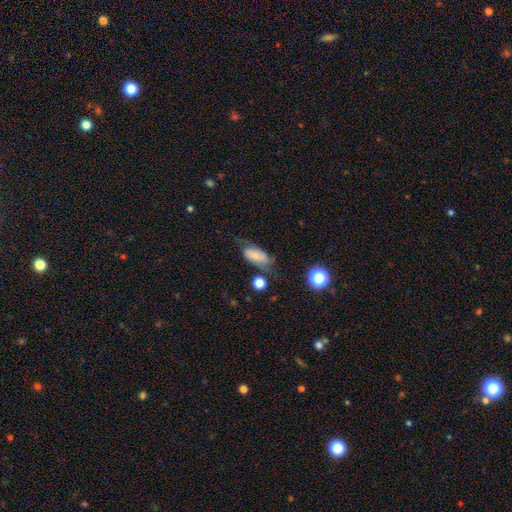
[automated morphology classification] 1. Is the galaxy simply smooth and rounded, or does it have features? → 65% smooth, 26% featured or disk, 10% star or artifact.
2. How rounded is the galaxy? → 87% in between, 8% cigar-shaped, 5% round.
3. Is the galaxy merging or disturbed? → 48% none, 28% minor disturbance, 18% major disturbance, 6% merger.